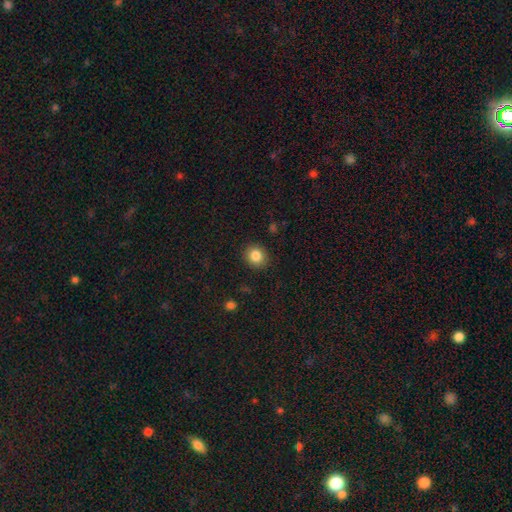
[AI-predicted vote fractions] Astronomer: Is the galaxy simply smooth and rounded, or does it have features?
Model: smooth — 84%.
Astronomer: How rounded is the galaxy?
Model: round — 82%.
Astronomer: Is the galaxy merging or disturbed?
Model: none — 90%.